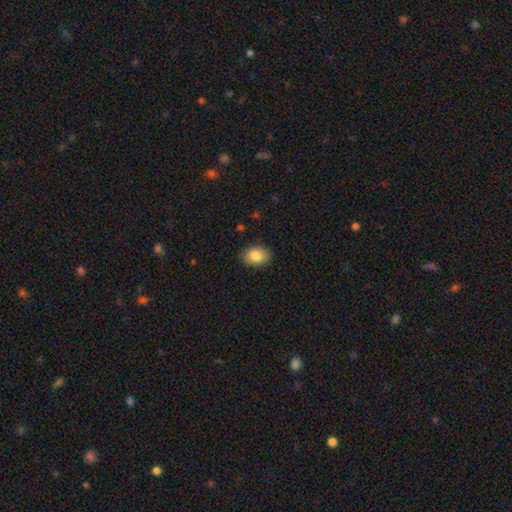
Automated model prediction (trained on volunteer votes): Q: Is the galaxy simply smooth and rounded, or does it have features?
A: smooth — 85%.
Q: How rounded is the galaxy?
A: in between — 79%.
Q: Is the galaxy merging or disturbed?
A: none — 87%.